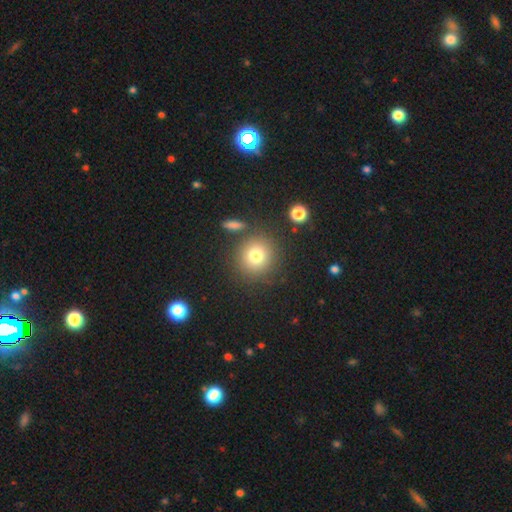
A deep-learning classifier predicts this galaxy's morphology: A smooth galaxy with no disk features (78%) that is round (90%). Merging: none (82%).